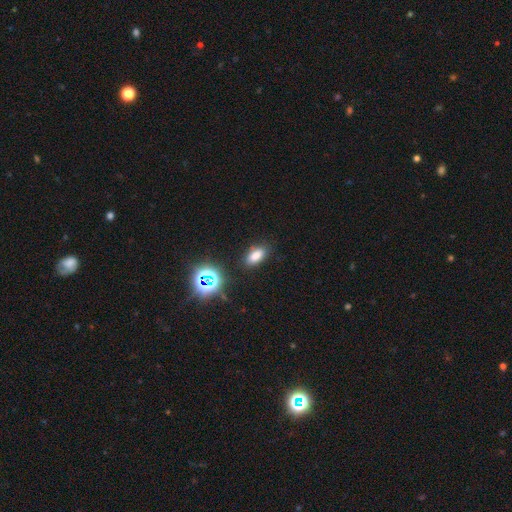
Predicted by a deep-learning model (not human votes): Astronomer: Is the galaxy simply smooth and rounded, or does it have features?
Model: smooth — 74%.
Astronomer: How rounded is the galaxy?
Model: in between — 86%.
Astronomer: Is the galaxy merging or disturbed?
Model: none — 86%.